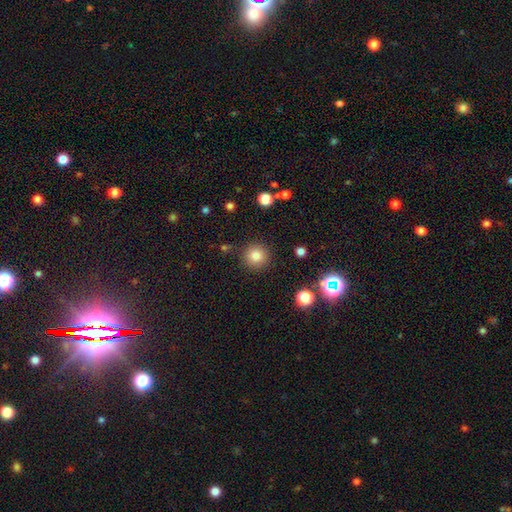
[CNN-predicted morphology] A smooth galaxy with no disk features (82%) that is round (94%). Merging: none (88%).